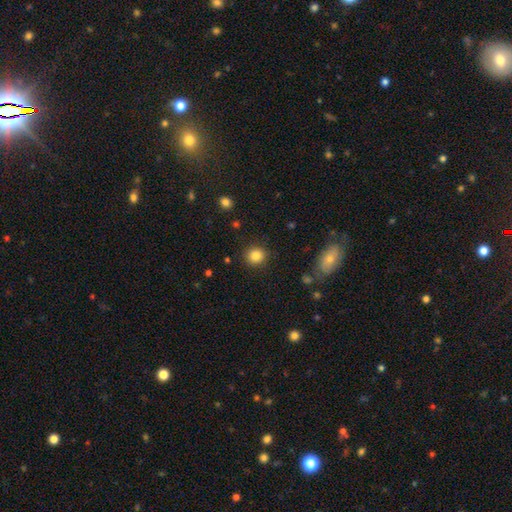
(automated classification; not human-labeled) This is clearly a smooth galaxy (85%). How rounded: clearly round (87%). Merging: clearly none (89%).